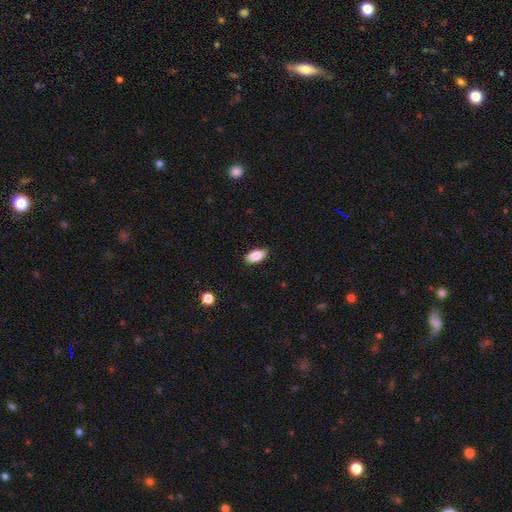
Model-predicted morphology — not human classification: Smooth or featured?
  - smooth: 87% *
  - star or artifact: 7%
  - featured or disk: 6%
How rounded?
  - in between: 92% *
  - cigar-shaped: 5%
  - round: 3%
Merging?
  - none: 87% *
  - minor disturbance: 10%
  - major disturbance: 2%
  - merger: 1%